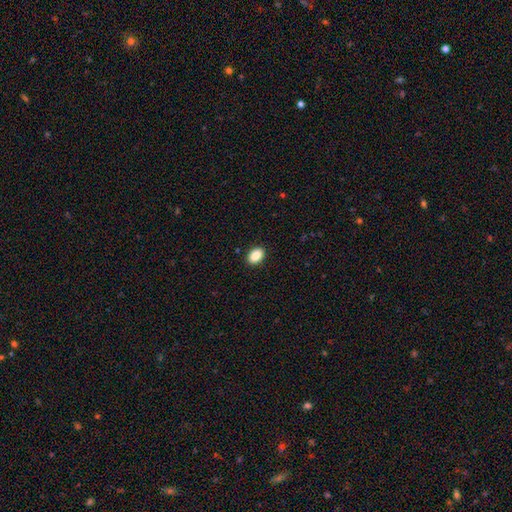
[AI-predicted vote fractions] This is clearly a smooth galaxy (89%). How rounded: clearly in between (85%). Merging: clearly none (91%).